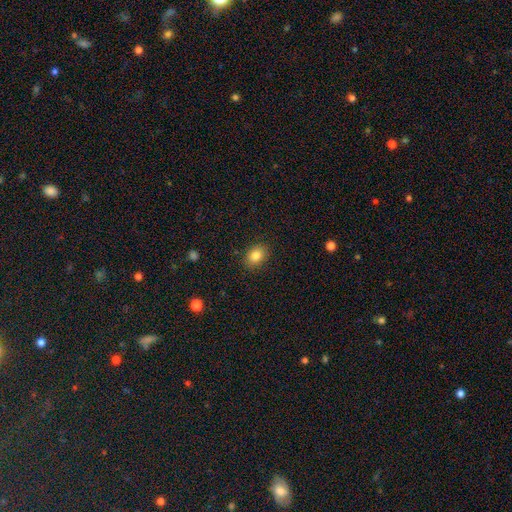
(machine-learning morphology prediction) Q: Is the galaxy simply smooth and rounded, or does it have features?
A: smooth — 84%.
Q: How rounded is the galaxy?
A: in between — 69%.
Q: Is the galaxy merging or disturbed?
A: none — 88%.